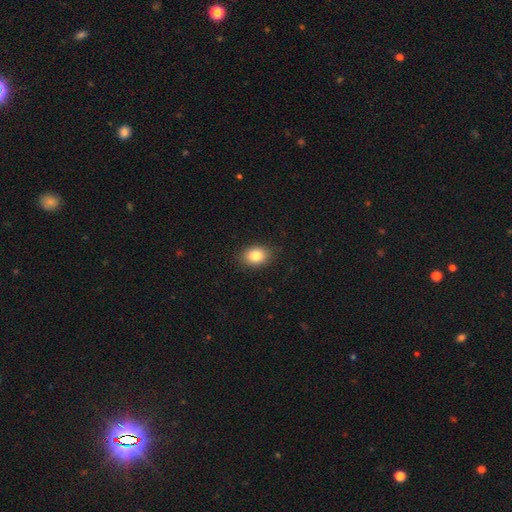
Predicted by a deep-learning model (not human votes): Morphology: type=smooth (83%); roundness=in between (66%); merging=none (87%).